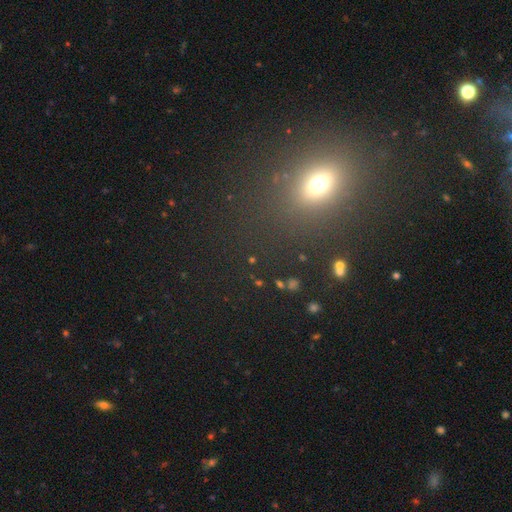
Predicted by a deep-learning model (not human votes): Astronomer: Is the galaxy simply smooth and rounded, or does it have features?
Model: smooth — 54% (runner-up: star or artifact, 37%).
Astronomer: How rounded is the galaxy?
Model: in between — 53% (runner-up: round, 44%).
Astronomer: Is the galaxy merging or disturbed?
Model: none — 85%.